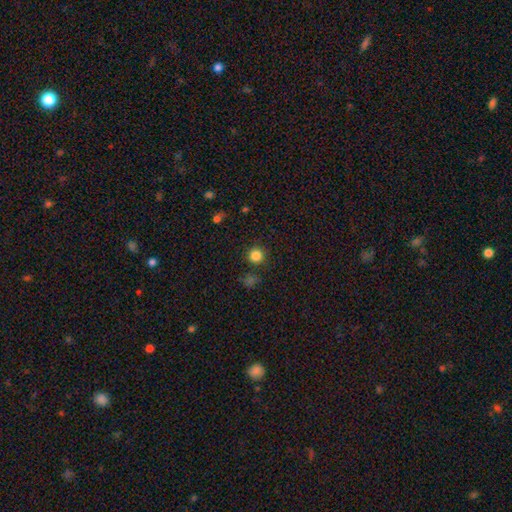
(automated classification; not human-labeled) smooth_or_featured: smooth (p=0.83) [alt: star or artifact p=0.13]
how_rounded: round (p=0.95) [alt: in between p=0.04]
merging: none (p=0.89) [alt: minor disturbance p=0.06]